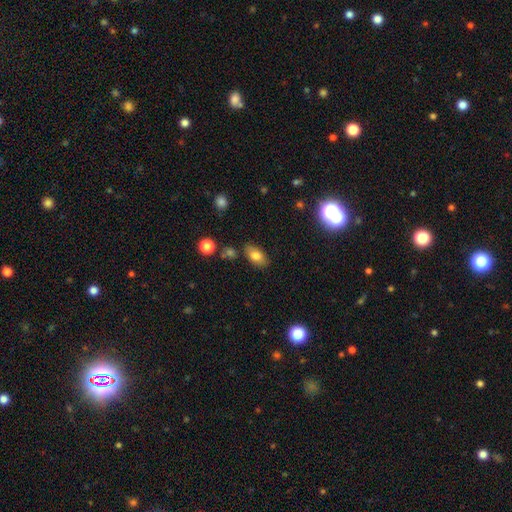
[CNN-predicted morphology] Smooth or featured? Predicted: smooth (p=0.79). How rounded? Predicted: in between (p=0.90). Merging? Predicted: none (p=0.79).